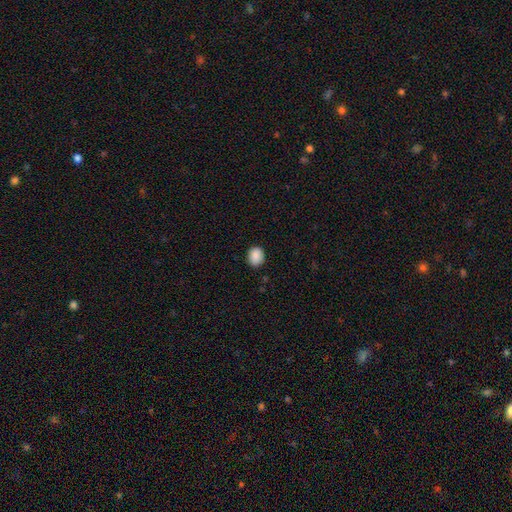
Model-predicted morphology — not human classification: A smooth galaxy with no disk features (89%) that is round (53%). Merging: none (88%).